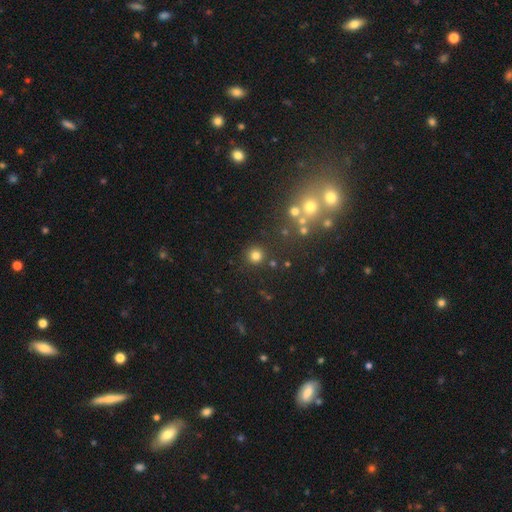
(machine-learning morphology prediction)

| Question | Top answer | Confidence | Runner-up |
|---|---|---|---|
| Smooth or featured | smooth | 77% | star or artifact (17%) |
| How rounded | round | 95% | in between (4%) |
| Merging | none | 88% | minor disturbance (6%) |